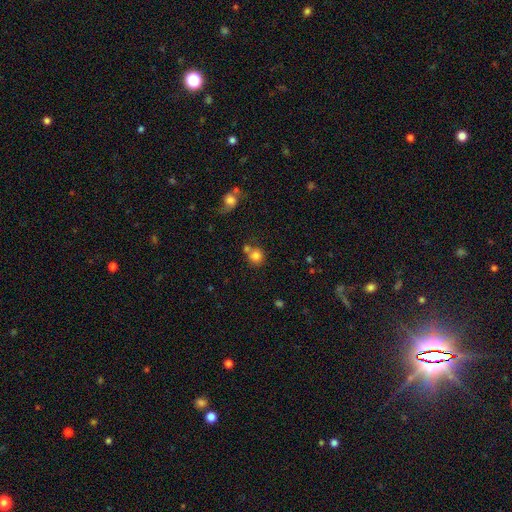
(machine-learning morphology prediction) type=smooth (81%); roundness=round (87%); merging=none (58%).